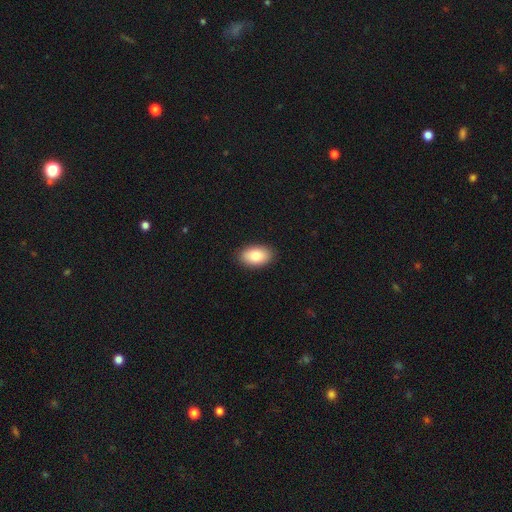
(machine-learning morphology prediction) smooth 82%, featured or disk 11%, star or artifact 7%. Down the decision tree: how rounded — in between (92%); merging — none (90%).